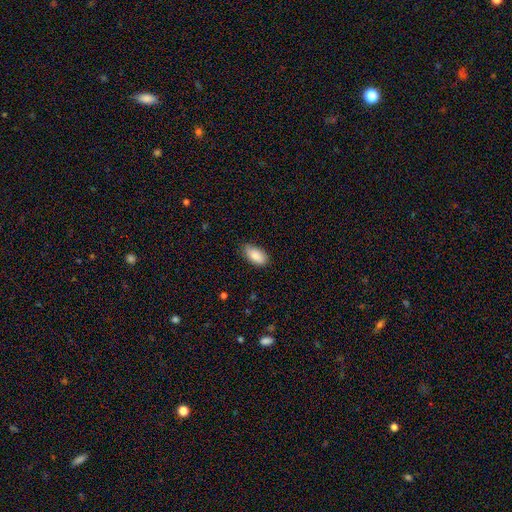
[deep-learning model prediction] Smooth or featured? Predicted: smooth (p=0.87). How rounded? Predicted: in between (p=0.93). Merging? Predicted: none (p=0.74).